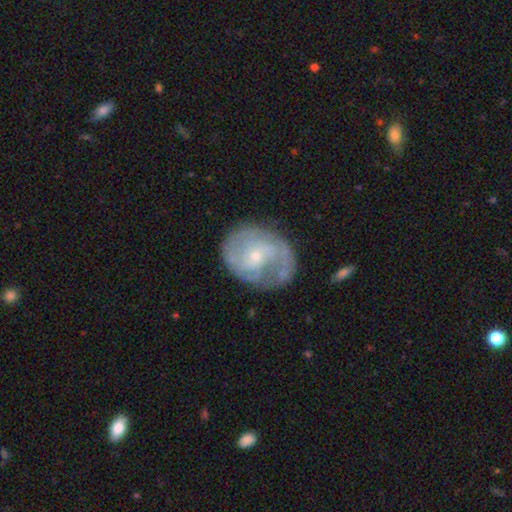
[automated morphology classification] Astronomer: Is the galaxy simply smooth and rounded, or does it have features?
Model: featured or disk — 78%.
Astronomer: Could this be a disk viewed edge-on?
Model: no — 97%.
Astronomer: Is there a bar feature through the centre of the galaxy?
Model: no — 62%.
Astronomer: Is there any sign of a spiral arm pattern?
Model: yes — 88%.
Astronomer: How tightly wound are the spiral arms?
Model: medium — 42% (runner-up: tight, 38%).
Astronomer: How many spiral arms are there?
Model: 2 — 50%.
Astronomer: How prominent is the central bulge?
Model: small — 75%.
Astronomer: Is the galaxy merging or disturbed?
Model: none — 56%.